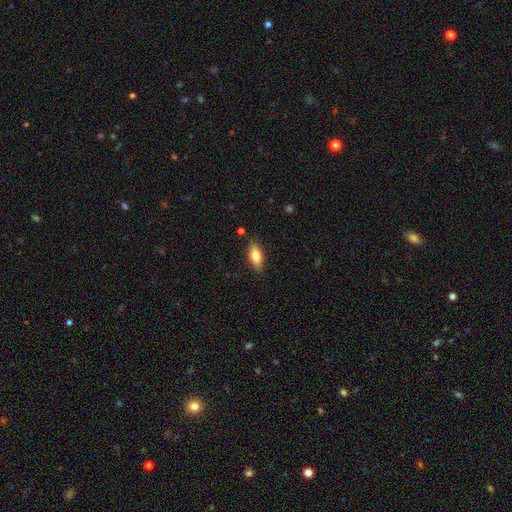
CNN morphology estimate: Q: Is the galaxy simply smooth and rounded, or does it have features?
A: smooth — 79%.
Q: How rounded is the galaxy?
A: in between — 81%.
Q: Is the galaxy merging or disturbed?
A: none — 85%.